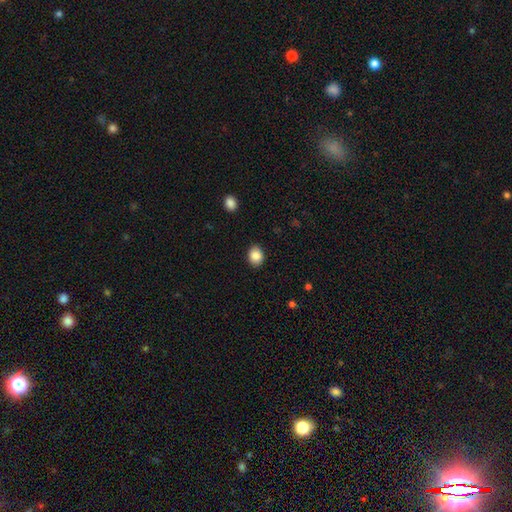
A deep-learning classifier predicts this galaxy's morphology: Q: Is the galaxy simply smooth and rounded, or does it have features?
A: smooth — 87%.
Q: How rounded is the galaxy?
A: in between — 57%.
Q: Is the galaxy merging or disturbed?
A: none — 89%.